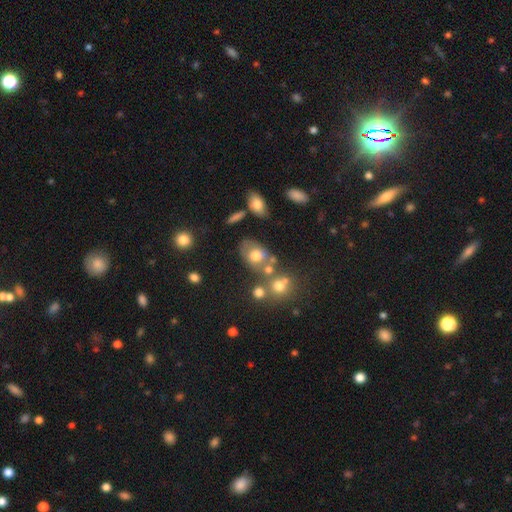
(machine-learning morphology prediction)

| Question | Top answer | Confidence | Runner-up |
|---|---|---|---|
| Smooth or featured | smooth | 63% | featured or disk (25%) |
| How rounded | in between | 69% | round (29%) |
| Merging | none | 44% | merger (25%) |